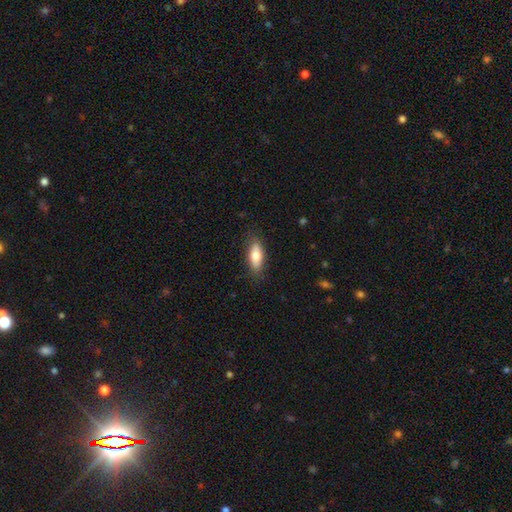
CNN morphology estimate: Smooth or featured?
  - smooth: 75% *
  - featured or disk: 19%
  - star or artifact: 6%
How rounded?
  - in between: 74% *
  - cigar-shaped: 24%
  - round: 3%
Merging?
  - none: 83% *
  - minor disturbance: 13%
  - major disturbance: 3%
  - merger: 1%